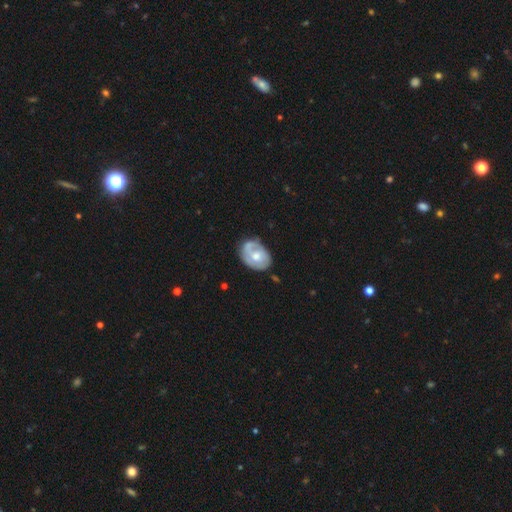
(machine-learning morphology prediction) smooth-or-featured: featured or disk: 57% | smooth: 38% | star or artifact: 6%
  disk-edge-on: no: 96% | yes: 4%
    bar: no: 79% | weak: 18% | strong: 3%
    has-spiral-arms: yes: 60% | no: 40%
    bulge-size: moderate: 66% | small: 24% | large: 7% | none: 2% | dominant: 1%
  merging: none: 53% | minor disturbance: 31% | major disturbance: 12% | merger: 5%